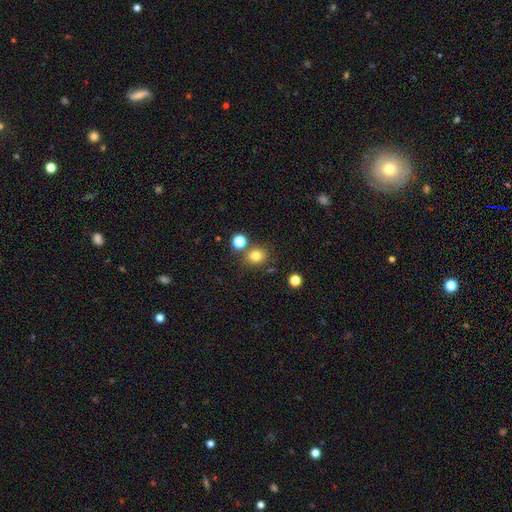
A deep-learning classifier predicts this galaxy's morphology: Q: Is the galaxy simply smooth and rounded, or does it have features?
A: smooth — 79%.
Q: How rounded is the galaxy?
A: round — 74%.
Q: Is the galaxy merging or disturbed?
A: none — 76%.